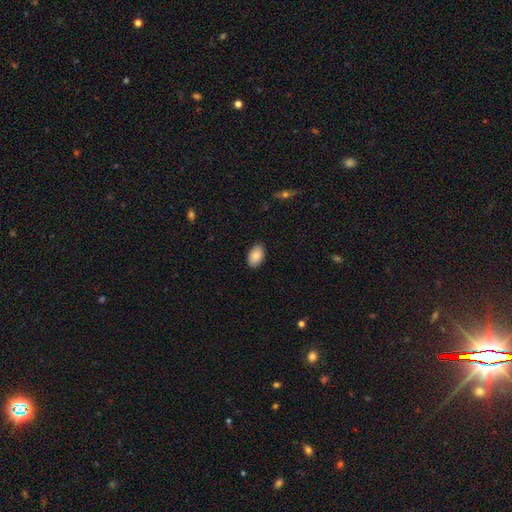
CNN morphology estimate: Smooth or featured? Predicted: smooth (p=0.86). How rounded? Predicted: in between (p=0.92). Merging? Predicted: none (p=0.89).